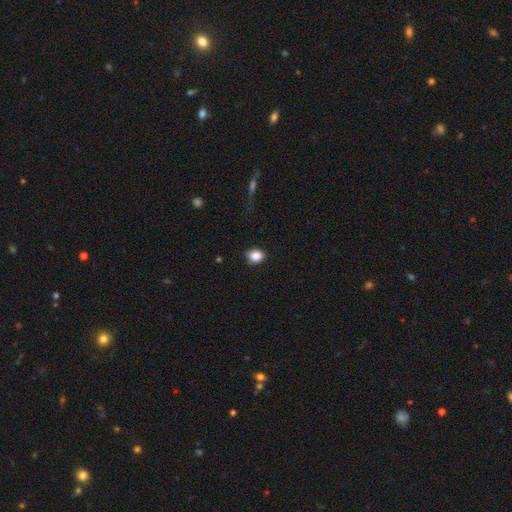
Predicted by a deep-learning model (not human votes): Smooth or featured?
  - smooth: 86% *
  - star or artifact: 9%
  - featured or disk: 5%
How rounded?
  - round: 54% *
  - in between: 45%
  - cigar-shaped: 1%
Merging?
  - none: 83% *
  - minor disturbance: 13%
  - major disturbance: 3%
  - merger: 1%